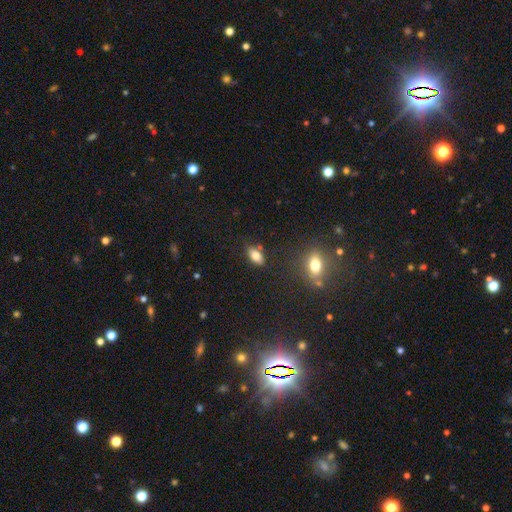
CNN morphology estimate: Smooth or featured? Predicted: smooth (p=0.79). How rounded? Predicted: in between (p=0.87). Merging? Predicted: none (p=0.78).